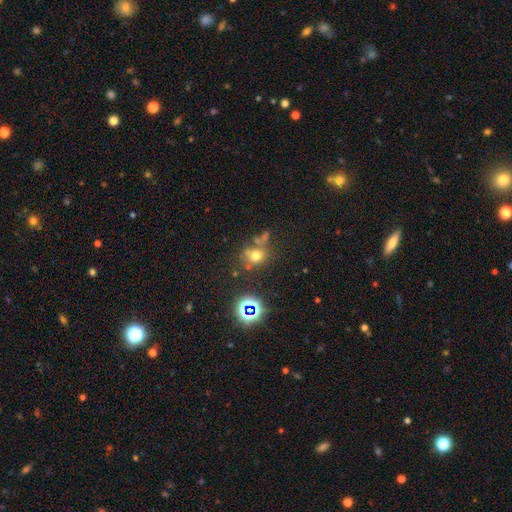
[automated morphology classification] Overall: smooth (62%; star or artifact 25%). How rounded: round (71%). Merging: none (58%).